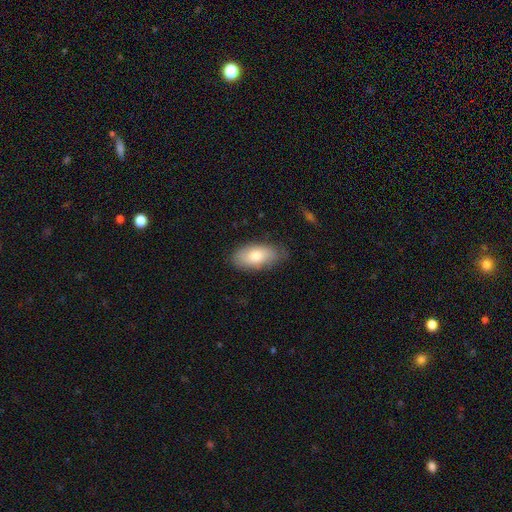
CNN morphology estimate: A smooth galaxy with no disk features (74%) that is in between round and cigar-shaped (93%). Merging: none (74%).